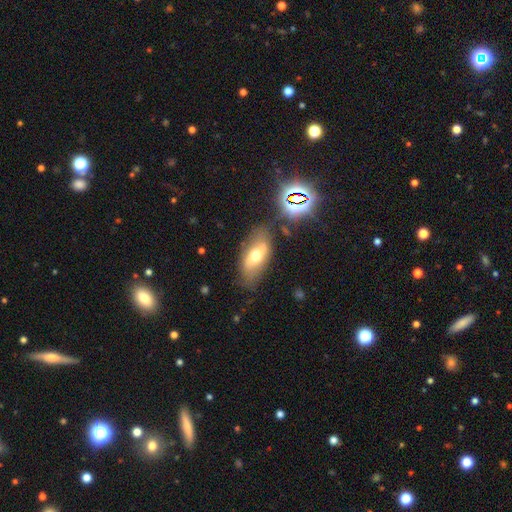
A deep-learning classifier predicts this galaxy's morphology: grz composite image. It shows a smooth galaxy with no disk features (51%) that is in between round and cigar-shaped (87%). Merging: none (67%).